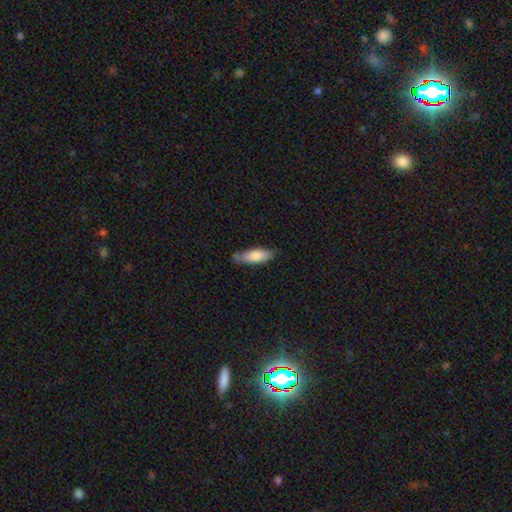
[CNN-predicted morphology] A smooth galaxy with no disk features (81%) that is in between round and cigar-shaped (54%).

Vote fractions:
- Smooth or featured? smooth: 81% / featured or disk: 13% / star or artifact: 6%
- How rounded? in between: 54% / cigar-shaped: 44% / round: 2%
- Merging? none: 68% / minor disturbance: 24% / major disturbance: 4% / merger: 3%